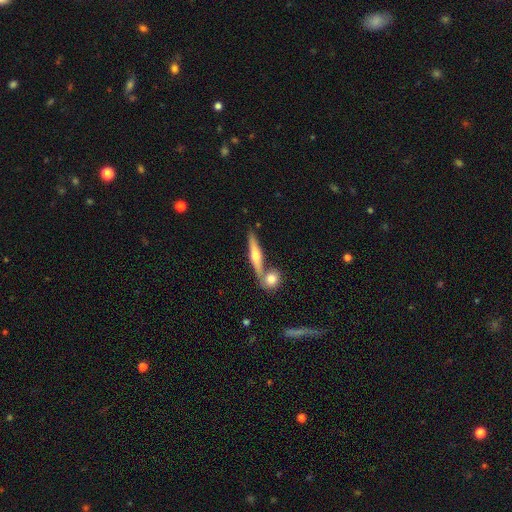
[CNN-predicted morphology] featured or disk 59%, smooth 35%, star or artifact 6%. Down the decision tree: edge-on disk — yes (94%); edge-on bulge — rounded (89%); merging — none (64%).